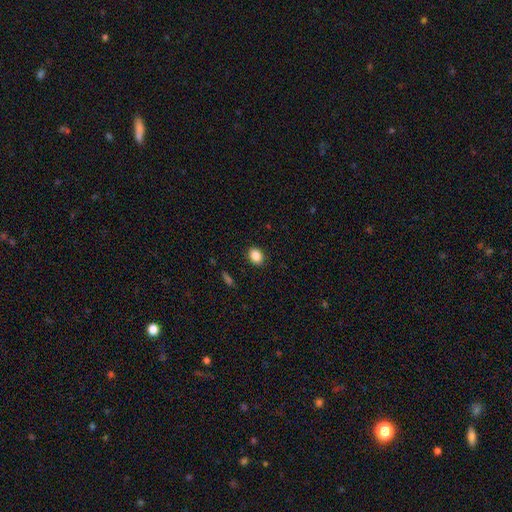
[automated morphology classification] A smooth galaxy with no disk features (87%) that is in between round and cigar-shaped (62%). Merging: none (89%).